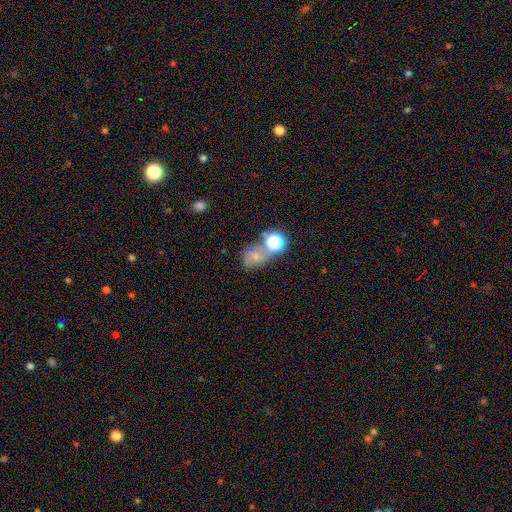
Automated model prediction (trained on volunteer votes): The model was most divided on "how rounded": round: 55%, in between: 44%, cigar-shaped: 2%. Remaining: smooth or featured — smooth (55%); merging — none (43%).